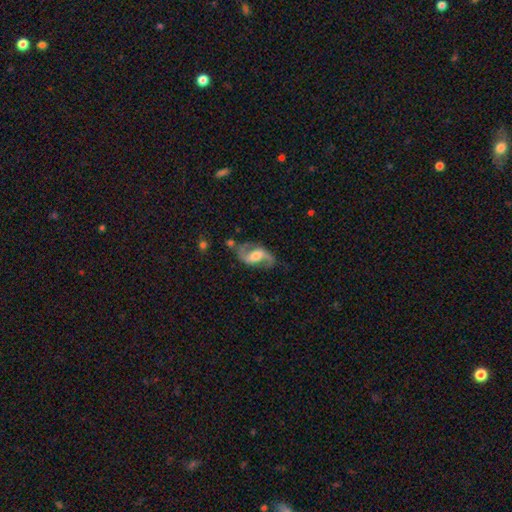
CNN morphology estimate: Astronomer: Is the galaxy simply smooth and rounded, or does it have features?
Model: featured or disk — 84%.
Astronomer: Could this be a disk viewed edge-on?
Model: no — 96%.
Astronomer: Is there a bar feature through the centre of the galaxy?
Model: weak — 46% (runner-up: no, 27%).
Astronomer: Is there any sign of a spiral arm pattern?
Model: yes — 94%.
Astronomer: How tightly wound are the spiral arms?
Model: loose — 56% (runner-up: medium, 36%).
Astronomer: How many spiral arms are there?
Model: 2 — 92%.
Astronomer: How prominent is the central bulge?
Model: moderate — 45% (runner-up: large, 24%).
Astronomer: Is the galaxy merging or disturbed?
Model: none — 69%.